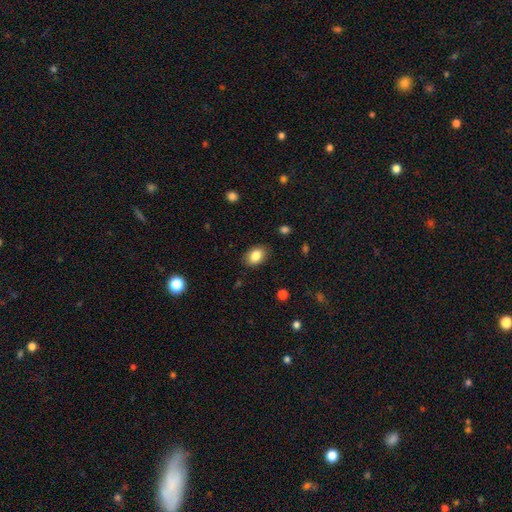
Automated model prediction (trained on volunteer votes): Smooth or featured?
  - smooth: 85% *
  - star or artifact: 8%
  - featured or disk: 7%
How rounded?
  - in between: 82% *
  - round: 17%
  - cigar-shaped: 1%
Merging?
  - none: 86% *
  - minor disturbance: 10%
  - major disturbance: 3%
  - merger: 1%